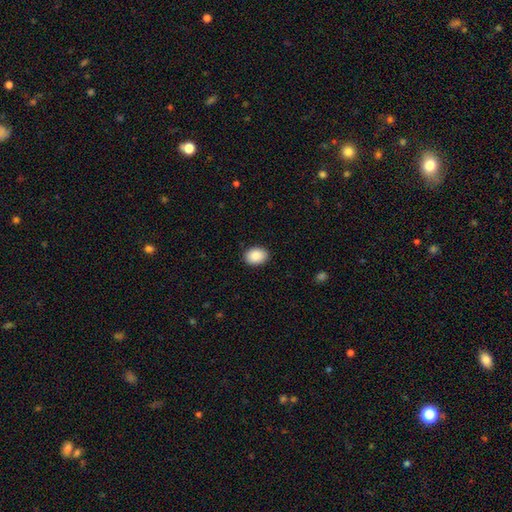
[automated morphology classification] type=smooth (90%); roundness=in between (74%); merging=none (89%).